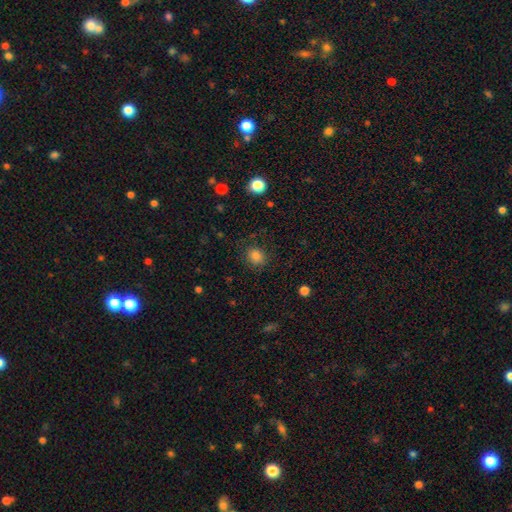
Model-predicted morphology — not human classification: Smooth or featured?
  - smooth: 83% *
  - star or artifact: 12%
  - featured or disk: 5%
How rounded?
  - round: 75% *
  - in between: 24%
  - cigar-shaped: 1%
Merging?
  - none: 82% *
  - minor disturbance: 12%
  - major disturbance: 4%
  - merger: 1%